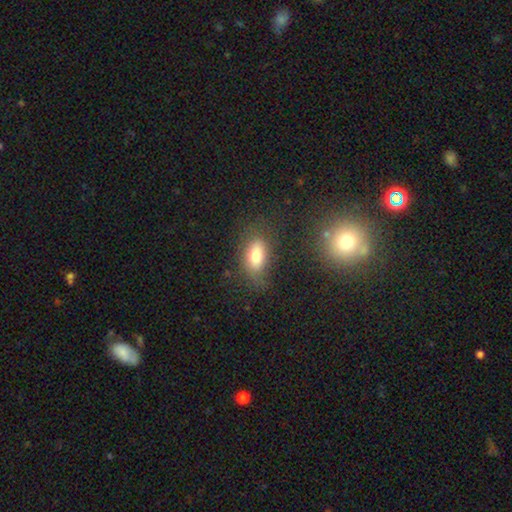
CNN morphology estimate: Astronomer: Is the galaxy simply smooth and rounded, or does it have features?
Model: smooth — 76%.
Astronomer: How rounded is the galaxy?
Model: in between — 86%.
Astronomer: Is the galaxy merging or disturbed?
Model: none — 69%.